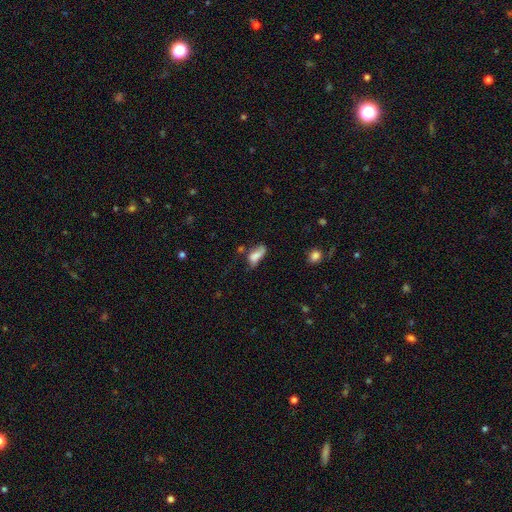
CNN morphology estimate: smooth_or_featured: smooth (p=0.73) [alt: featured or disk p=0.17]
how_rounded: in between (p=0.84) [alt: cigar-shaped p=0.11]
merging: none (p=0.33) [alt: minor disturbance p=0.31]